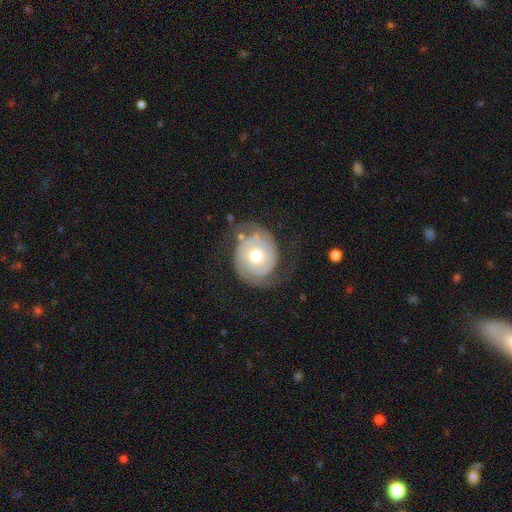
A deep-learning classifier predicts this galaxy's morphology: Smooth or featured? Predicted: featured or disk (p=0.80). Edge-on disk? Predicted: no (p=0.97). Bar? Predicted: no (p=0.77). Spiral arms? Predicted: yes (p=0.92). Spiral winding? Predicted: tight (p=0.61). Spiral arm count? Predicted: 2 (p=0.70). Bulge size? Predicted: moderate (p=0.72). Merging? Predicted: none (p=0.63).